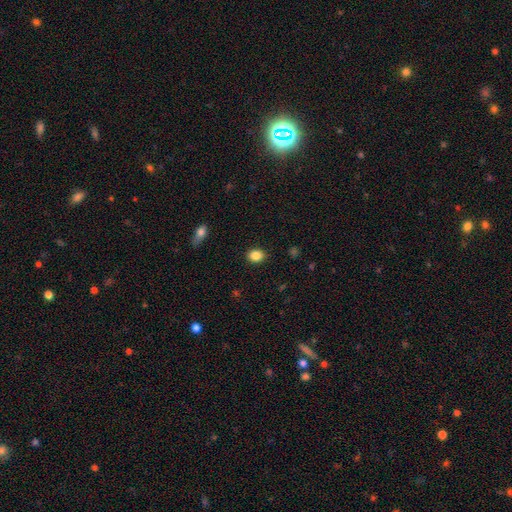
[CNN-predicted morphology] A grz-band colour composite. It shows a smooth galaxy with no disk features (86%) that is round (50%). Merging: none (88%).